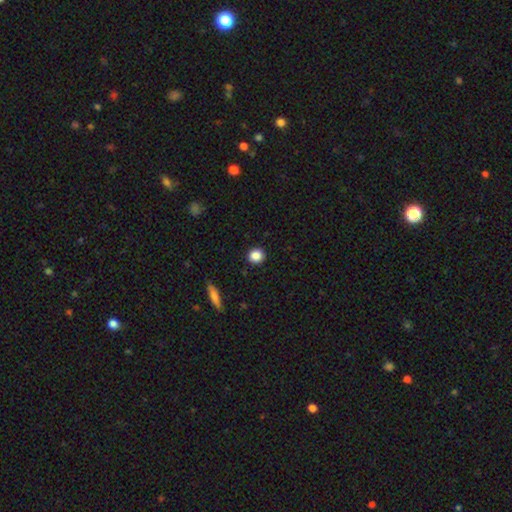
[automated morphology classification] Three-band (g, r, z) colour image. It shows a smooth galaxy with no disk features (87%) that is round (88%). Merging: none (91%).